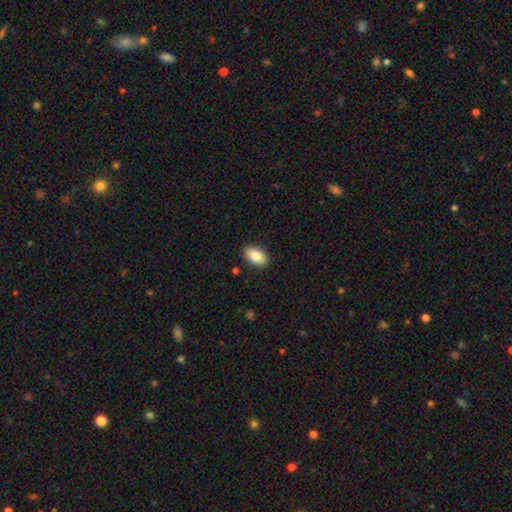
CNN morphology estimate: Smooth or featured? smooth (81%)
How rounded? in between (91%)
Merging? none (89%)